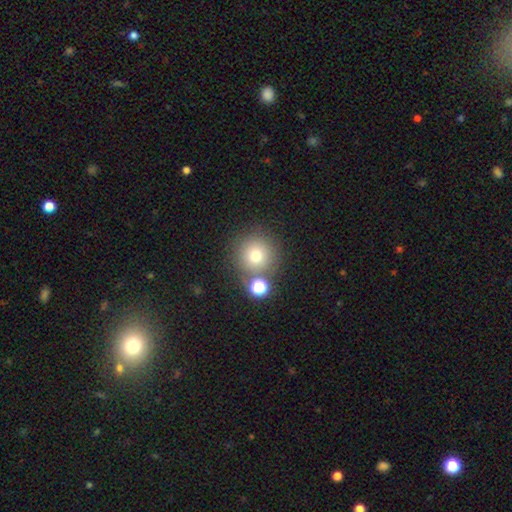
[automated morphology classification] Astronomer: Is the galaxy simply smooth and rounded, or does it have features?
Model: smooth — 71%.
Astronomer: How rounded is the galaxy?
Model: round — 95%.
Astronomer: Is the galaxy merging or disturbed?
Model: none — 74%.